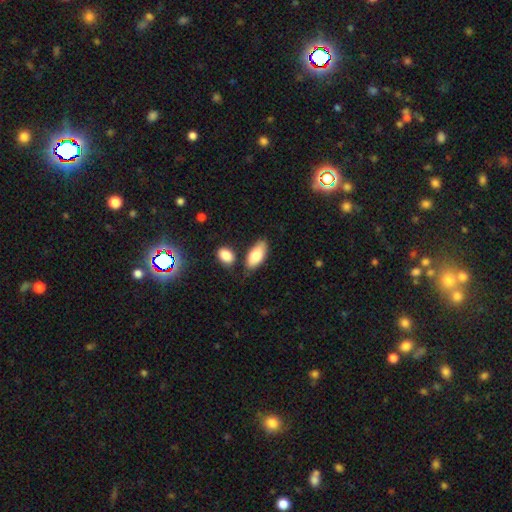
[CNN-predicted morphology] Smooth or featured?
  - smooth: 81% *
  - featured or disk: 13%
  - star or artifact: 6%
How rounded?
  - in between: 90% *
  - cigar-shaped: 8%
  - round: 2%
Merging?
  - none: 68% *
  - minor disturbance: 18%
  - merger: 10%
  - major disturbance: 4%